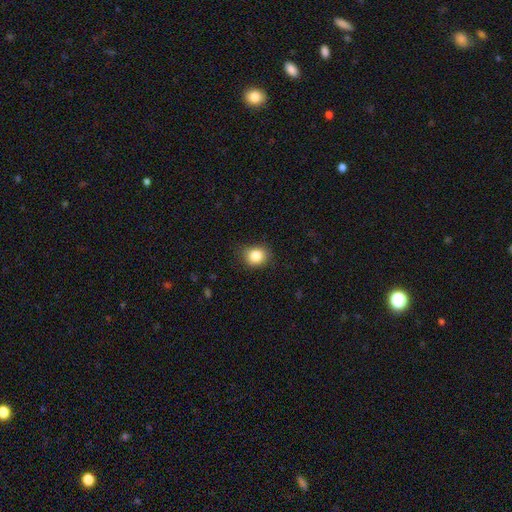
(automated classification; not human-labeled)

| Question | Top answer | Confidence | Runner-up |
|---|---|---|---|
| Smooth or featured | smooth | 85% | star or artifact (10%) |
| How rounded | round | 70% | in between (29%) |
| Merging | none | 81% | minor disturbance (15%) |